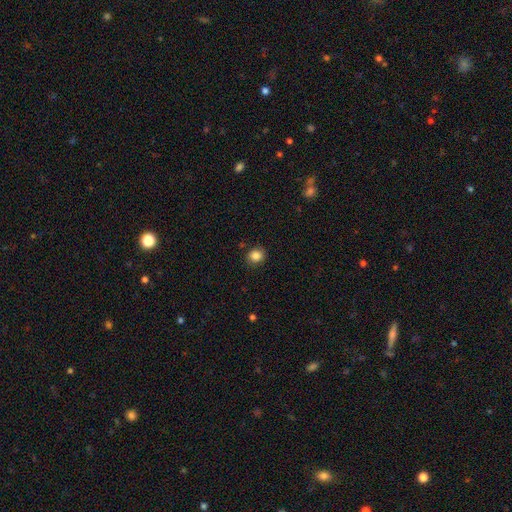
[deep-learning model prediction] A smooth galaxy with no disk features (85%) that is round (79%). Merging: none (87%).